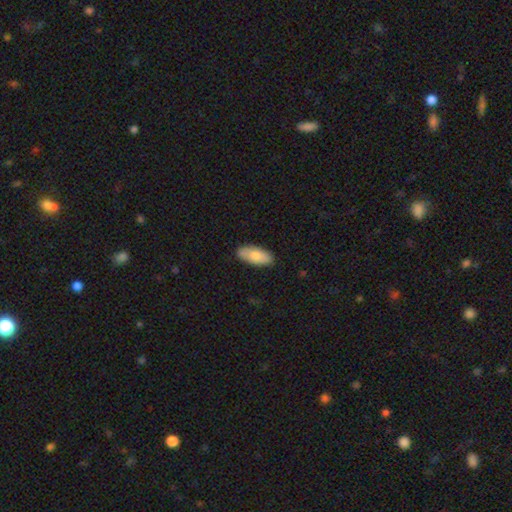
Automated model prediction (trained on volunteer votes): smooth 79%, featured or disk 16%, star or artifact 6%. Down the decision tree: how rounded — in between (87%); merging — none (87%).